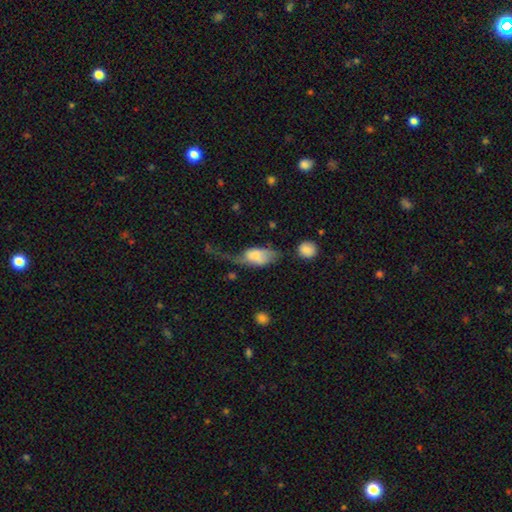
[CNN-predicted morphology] type=smooth (62%); roundness=in between (86%); merging=major disturbance (54%).